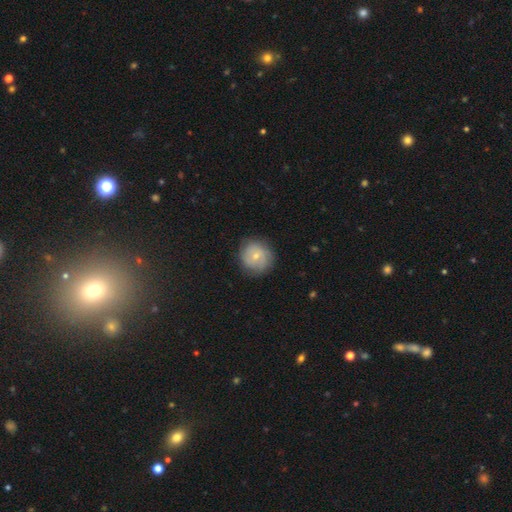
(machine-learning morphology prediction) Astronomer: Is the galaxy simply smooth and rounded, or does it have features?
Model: smooth — 50% (runner-up: featured or disk, 42%).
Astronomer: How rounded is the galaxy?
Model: round — 90%.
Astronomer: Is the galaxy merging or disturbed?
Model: none — 81%.